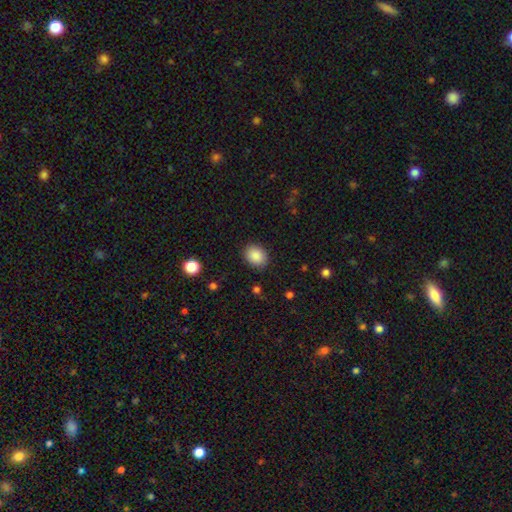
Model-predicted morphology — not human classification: smooth-or-featured: smooth: 88% | star or artifact: 8% | featured or disk: 4%
  how-rounded: in between: 53% | round: 46% | cigar-shaped: 1%
  merging: none: 87% | minor disturbance: 9% | major disturbance: 3% | merger: 1%